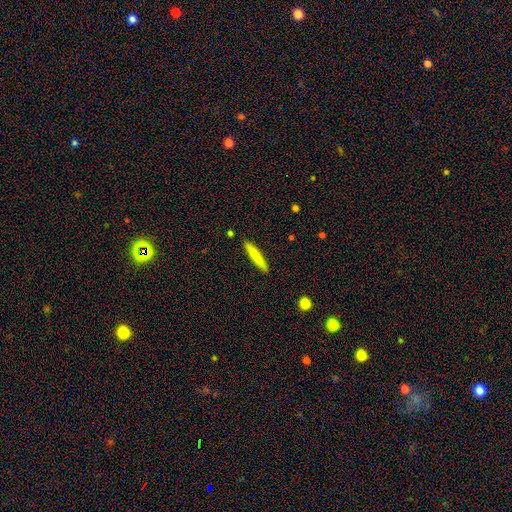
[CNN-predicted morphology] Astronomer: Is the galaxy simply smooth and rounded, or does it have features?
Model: smooth — 76%.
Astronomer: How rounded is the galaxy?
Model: cigar-shaped — 94%.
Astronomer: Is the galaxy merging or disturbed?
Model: none — 91%.